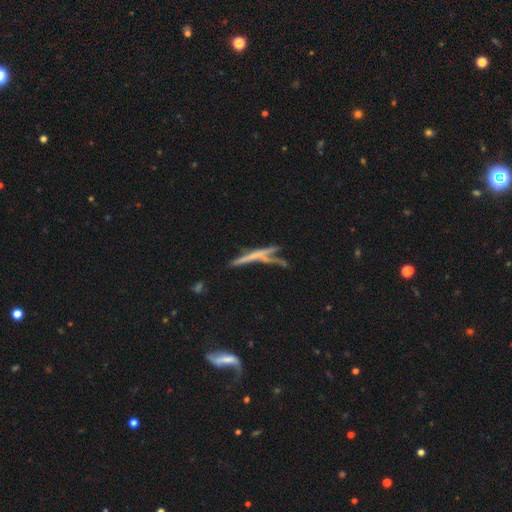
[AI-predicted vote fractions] Q: Smooth or featured?
A: featured or disk (53%); runner-up: smooth (36%)
Q: Edge-on disk?
A: yes (87%); runner-up: no (13%)
Q: Merging?
A: none (51%); runner-up: merger (24%)